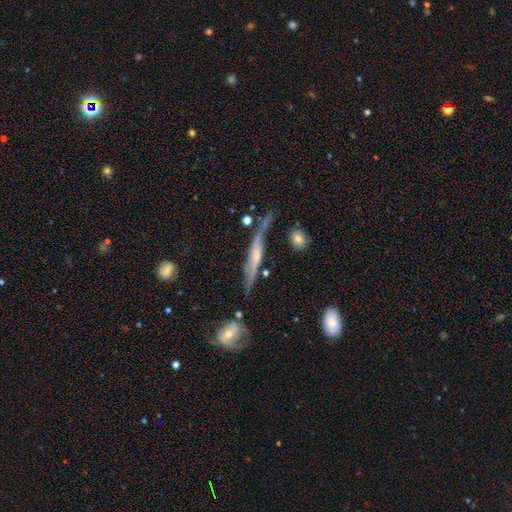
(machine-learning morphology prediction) This appears to be a featured or disk galaxy (73%) viewed edge-on (74%) with a rounded central bulge (43%). Merging: none (53%).